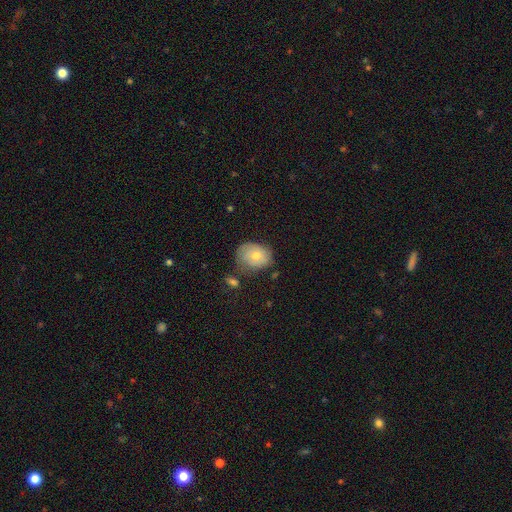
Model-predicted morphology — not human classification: The model was most divided on "how rounded": round: 55%, in between: 44%, cigar-shaped: 1%. More confident: smooth or featured — smooth (63%); merging — none (55%).